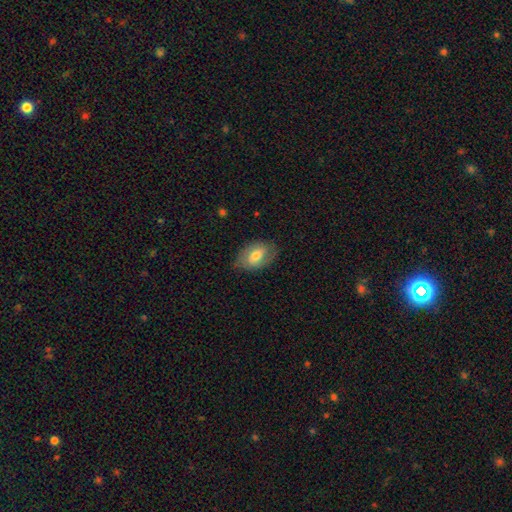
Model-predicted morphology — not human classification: Smooth or featured? smooth (60%)
How rounded? in between (87%)
Merging? none (76%)